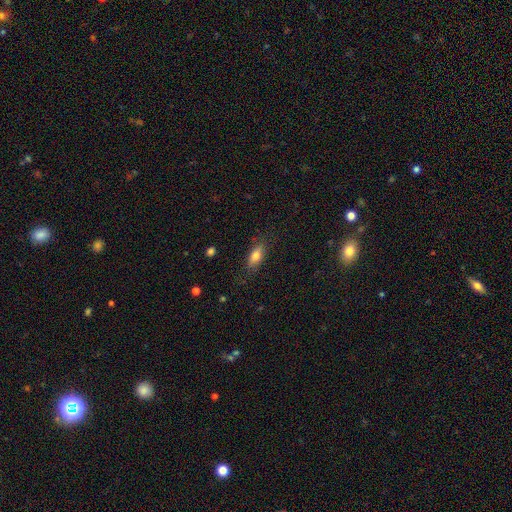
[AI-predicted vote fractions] smooth 75%, featured or disk 17%, star or artifact 8%. Down the decision tree: how rounded — in between (75%); merging — none (81%).